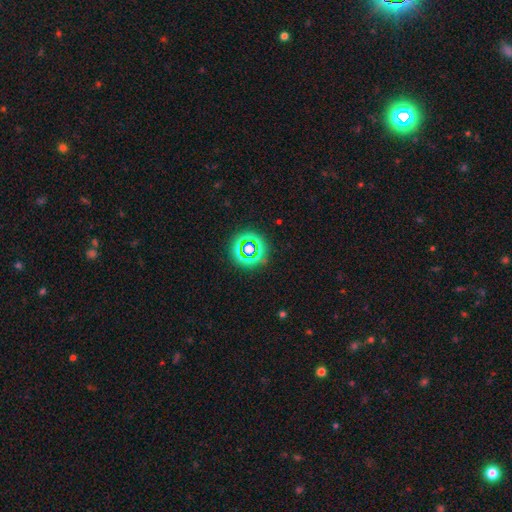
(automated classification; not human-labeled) Smooth or featured? star or artifact (51%)